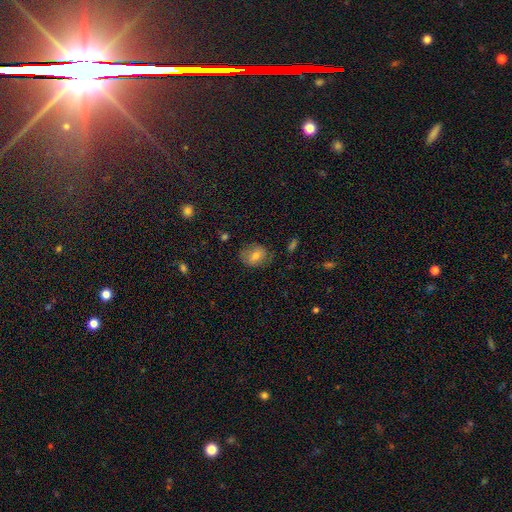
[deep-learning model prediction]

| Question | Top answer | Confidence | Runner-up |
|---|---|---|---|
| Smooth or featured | smooth | 69% | featured or disk (21%) |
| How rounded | in between | 51% | round (48%) |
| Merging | none | 71% | minor disturbance (21%) |